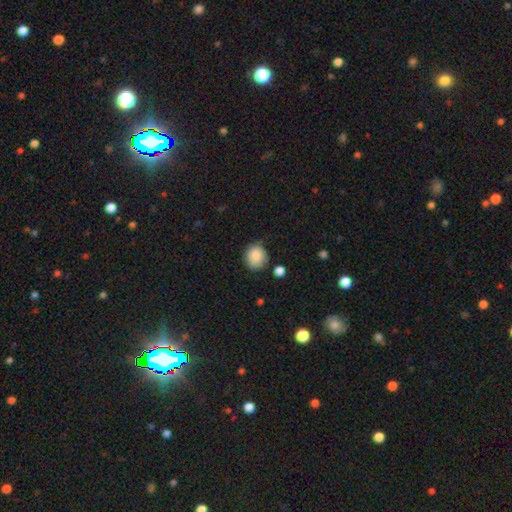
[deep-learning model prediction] smooth_or_featured: smooth (p=0.86) [alt: star or artifact p=0.08]
how_rounded: round (p=0.76) [alt: in between p=0.23]
merging: none (p=0.73) [alt: minor disturbance p=0.19]